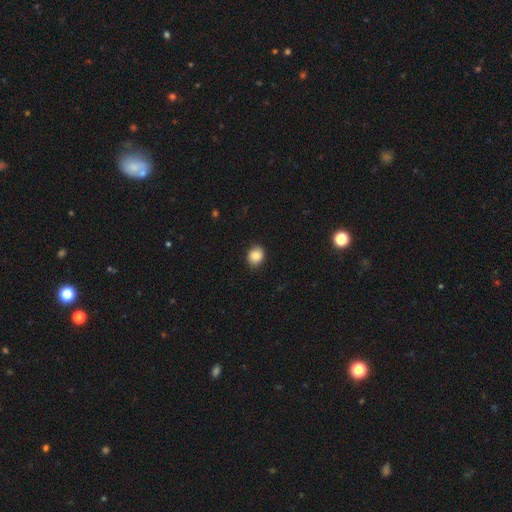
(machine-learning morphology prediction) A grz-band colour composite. It shows a smooth galaxy with no disk features (85%) that is round (72%). Merging: none (83%).